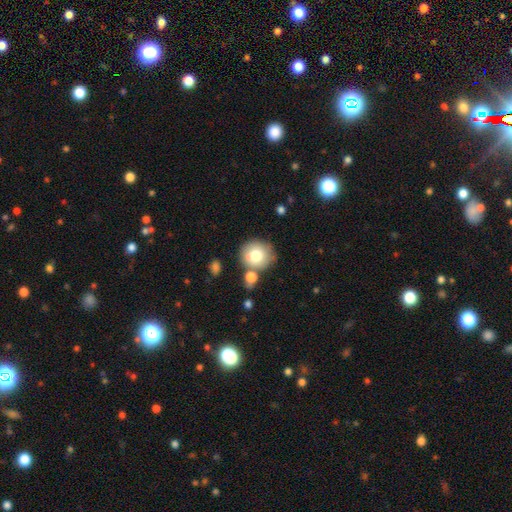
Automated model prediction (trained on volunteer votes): Q: Smooth or featured?
A: smooth (76%); runner-up: featured or disk (15%)
Q: How rounded?
A: round (87%); runner-up: in between (12%)
Q: Merging?
A: none (69%); runner-up: merger (14%)